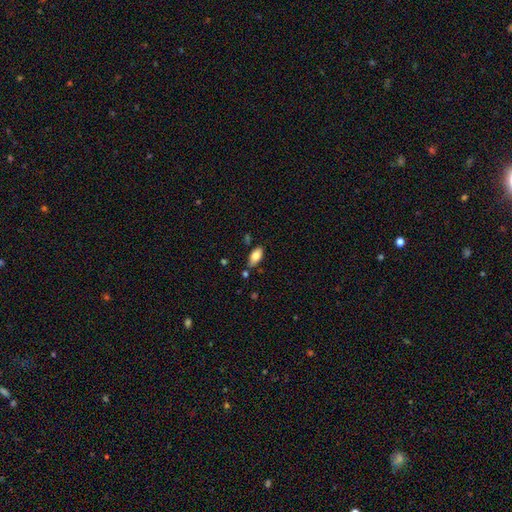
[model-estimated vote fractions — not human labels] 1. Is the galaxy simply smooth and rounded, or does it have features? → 80% smooth, 13% featured or disk, 7% star or artifact.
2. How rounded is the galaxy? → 91% in between, 7% cigar-shaped, 3% round.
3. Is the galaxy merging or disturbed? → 73% none, 17% minor disturbance, 6% merger, 3% major disturbance.